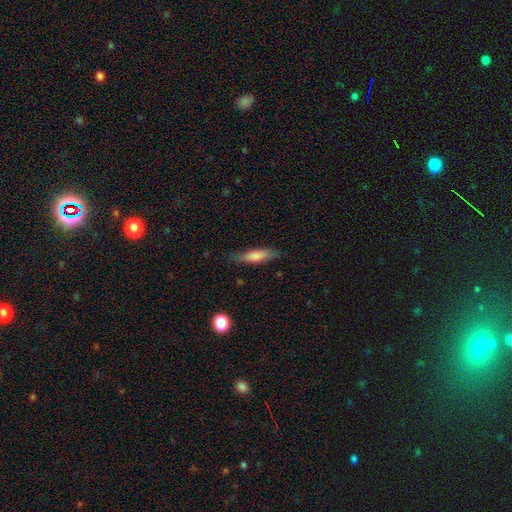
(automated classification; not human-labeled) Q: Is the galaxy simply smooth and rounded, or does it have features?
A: smooth — 76%.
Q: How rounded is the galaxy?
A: cigar-shaped — 69%.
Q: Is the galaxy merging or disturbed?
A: none — 81%.